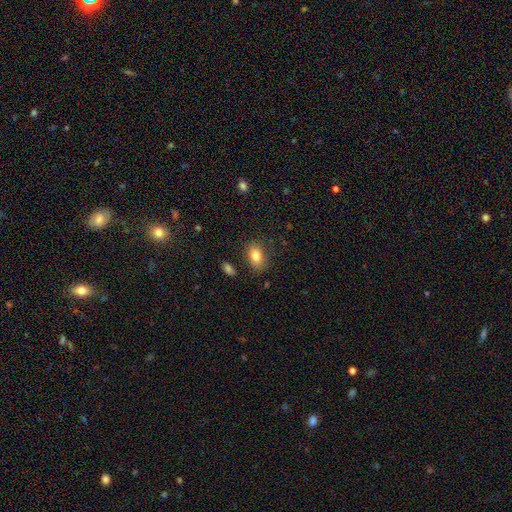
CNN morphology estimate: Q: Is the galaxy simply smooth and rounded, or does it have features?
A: smooth — 82%.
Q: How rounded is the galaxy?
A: in between — 82%.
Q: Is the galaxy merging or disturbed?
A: none — 79%.